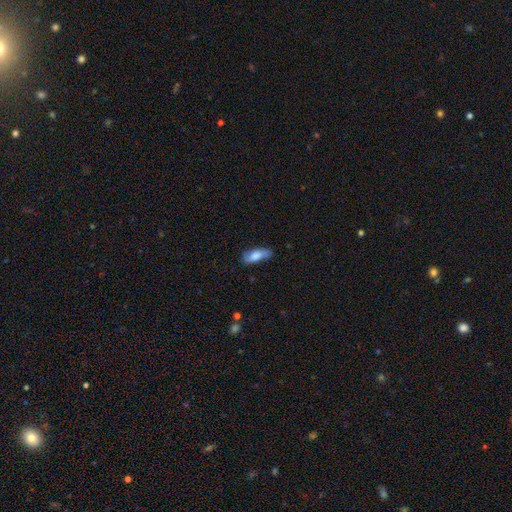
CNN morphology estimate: Smooth or featured?
  - smooth: 70% *
  - featured or disk: 23%
  - star or artifact: 7%
How rounded?
  - in between: 73% *
  - cigar-shaped: 25%
  - round: 3%
Merging?
  - none: 71% *
  - minor disturbance: 22%
  - major disturbance: 5%
  - merger: 2%